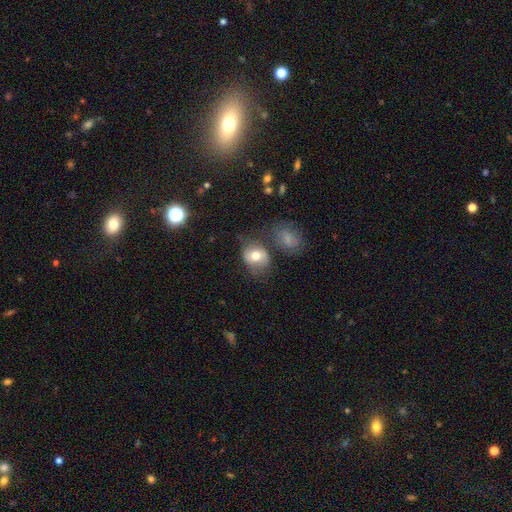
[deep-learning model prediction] smooth 67%, featured or disk 25%, star or artifact 9%. Down the decision tree: how rounded — in between (50%); merging — none (57%).